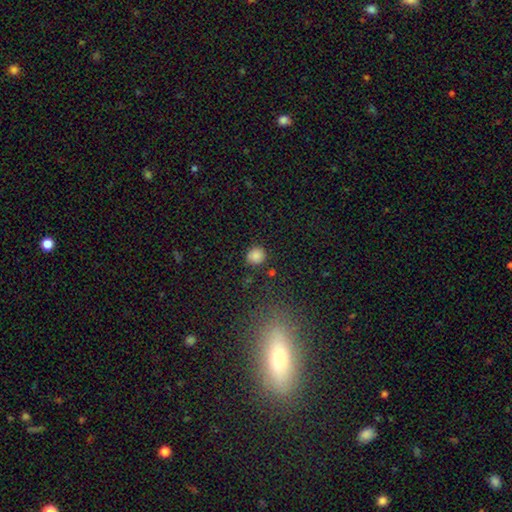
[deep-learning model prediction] smooth_or_featured: smooth (p=0.85) [alt: star or artifact p=0.11]
how_rounded: round (p=0.89) [alt: in between p=0.10]
merging: none (p=0.85) [alt: minor disturbance p=0.09]